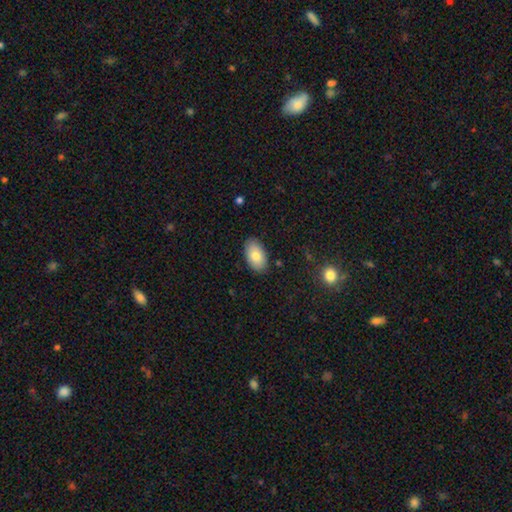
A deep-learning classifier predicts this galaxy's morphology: Q: Smooth or featured?
A: smooth (80%); runner-up: featured or disk (13%)
Q: How rounded?
A: in between (95%); runner-up: round (4%)
Q: Merging?
A: none (87%); runner-up: minor disturbance (10%)